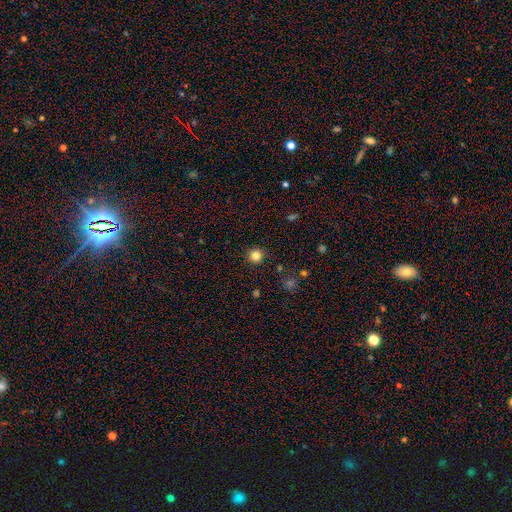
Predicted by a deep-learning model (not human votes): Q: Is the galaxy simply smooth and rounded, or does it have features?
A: smooth — 83%.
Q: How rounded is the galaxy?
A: round — 94%.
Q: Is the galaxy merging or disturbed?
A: none — 92%.